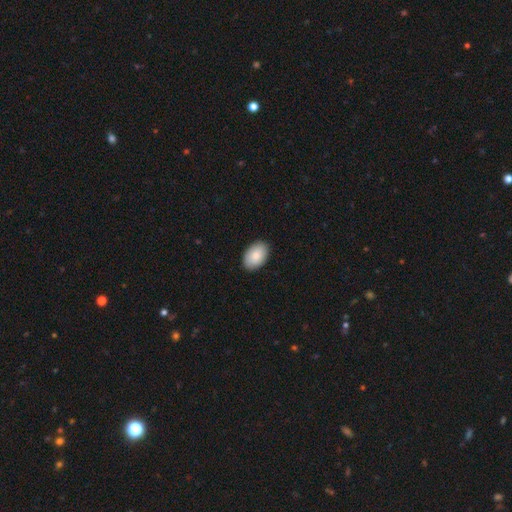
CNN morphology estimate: Smooth or featured? smooth (86%)
How rounded? in between (91%)
Merging? none (89%)